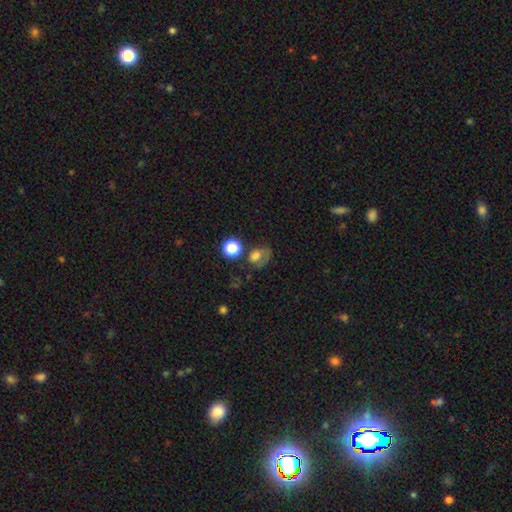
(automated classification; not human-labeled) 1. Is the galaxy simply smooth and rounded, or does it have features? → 64% smooth, 18% star or artifact, 18% featured or disk.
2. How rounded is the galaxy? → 53% round, 46% in between, 1% cigar-shaped.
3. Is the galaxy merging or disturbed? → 38% none, 25% major disturbance, 21% minor disturbance, 16% merger.